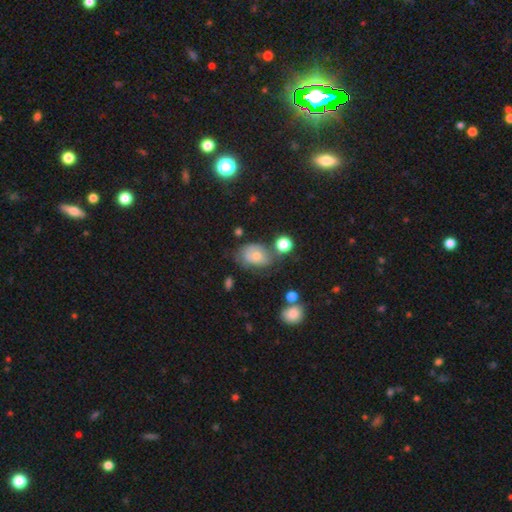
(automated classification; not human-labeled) Smooth or featured: smooth — 59% (featured or disk — 30%)
How rounded: in between — 70% (round — 29%)
Merging: none — 39% (minor disturbance — 31%)